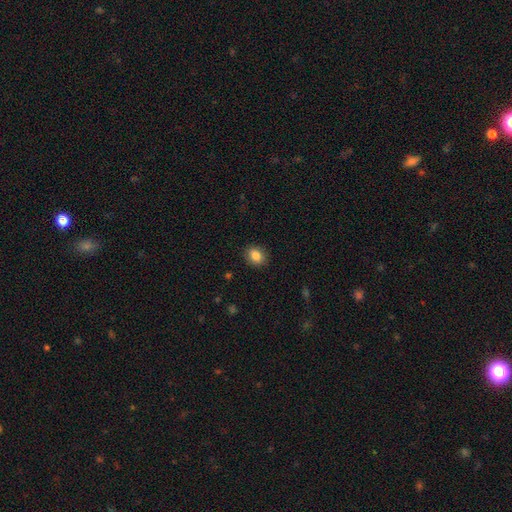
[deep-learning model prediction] smooth_or_featured: smooth (p=0.85) [alt: star or artifact p=0.09]
how_rounded: round (p=0.53) [alt: in between p=0.46]
merging: none (p=0.88) [alt: minor disturbance p=0.09]